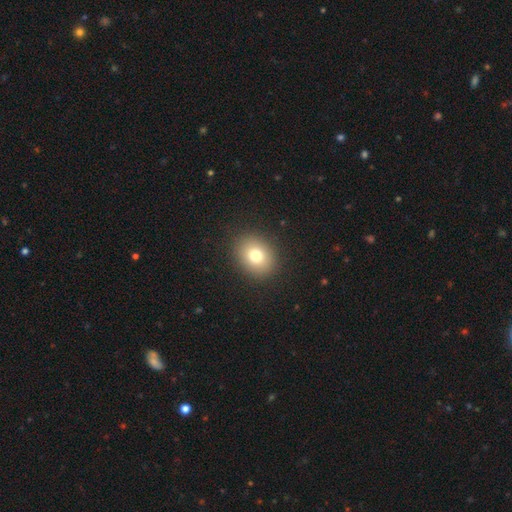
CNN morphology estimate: Smooth or featured: smooth — 77% (star or artifact — 12%)
How rounded: round — 54% (in between — 45%)
Merging: none — 89% (minor disturbance — 7%)